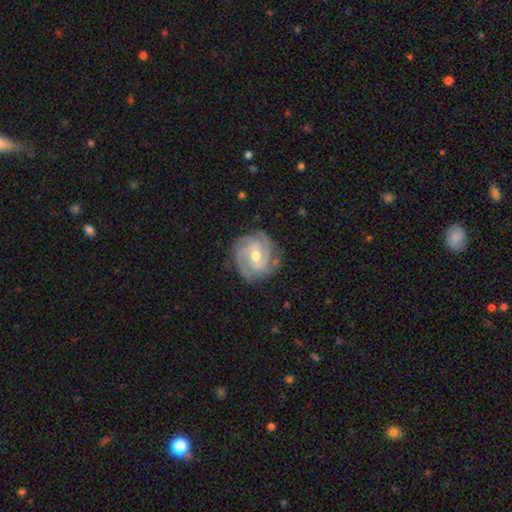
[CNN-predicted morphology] Overall: featured or disk (88%). Edge-on disk: no (98%). Bar: no (50%; weak 39%). Spiral arms: yes (97%). Spiral arm count: 3 (45%; 4 18%). Spiral winding: tight (70%). Bulge size: moderate (65%; small 31%). Merging: none (82%).